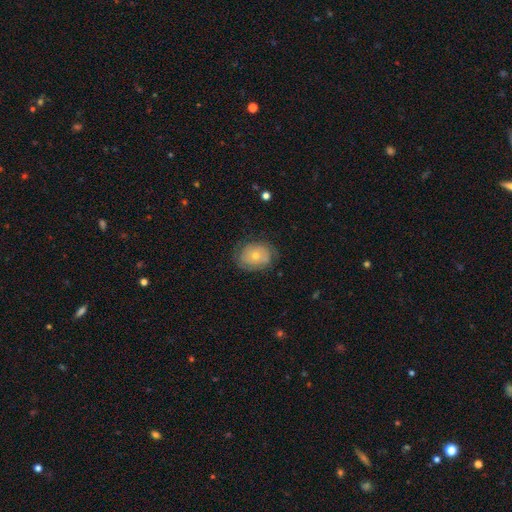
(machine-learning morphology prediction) This appears to be a smooth galaxy with no disk features (57%) that is in between round and cigar-shaped (50%). Merging: none (71%).